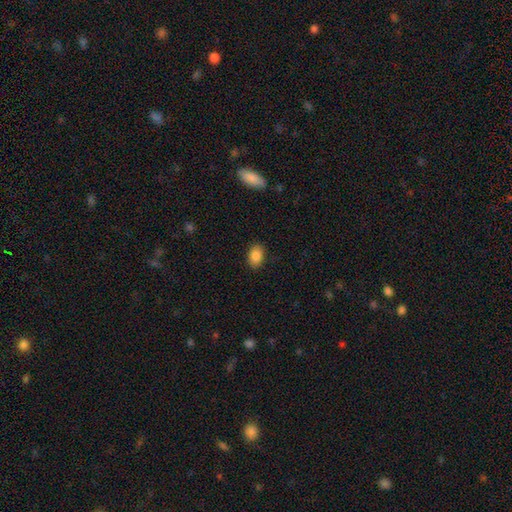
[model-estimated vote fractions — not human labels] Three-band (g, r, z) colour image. It shows a smooth galaxy with no disk features (86%) that is in between round and cigar-shaped (82%). Merging: none (88%).